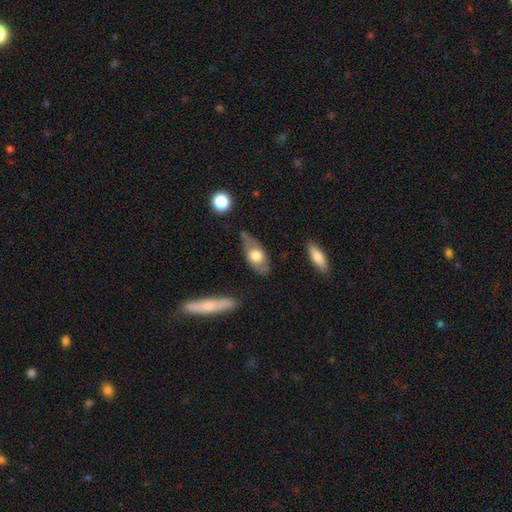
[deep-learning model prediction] smooth-or-featured: smooth: 61% | featured or disk: 34% | star or artifact: 6%
  how-rounded: in between: 84% | cigar-shaped: 11% | round: 5%
  merging: none: 65% | minor disturbance: 24% | major disturbance: 6% | merger: 5%